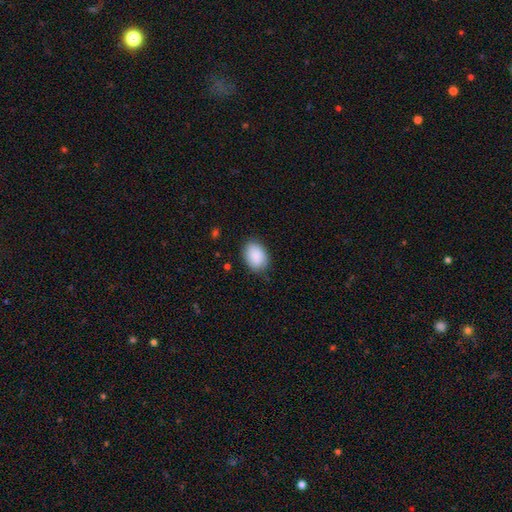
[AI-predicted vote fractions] A smooth galaxy with no disk features (89%) that is in between round and cigar-shaped (80%). Merging: none (81%).